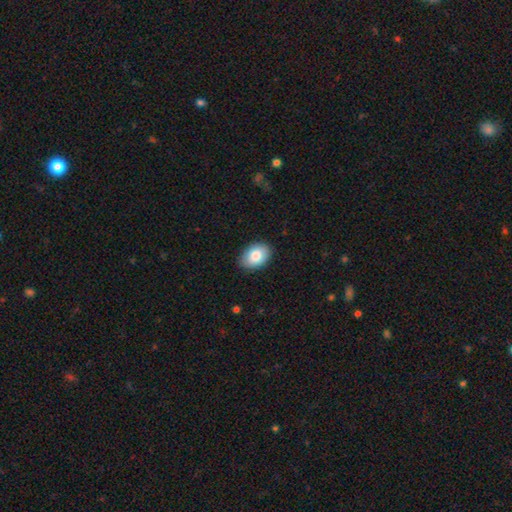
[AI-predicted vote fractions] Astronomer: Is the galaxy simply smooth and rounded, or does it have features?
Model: smooth — 83%.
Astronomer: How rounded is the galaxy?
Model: in between — 83%.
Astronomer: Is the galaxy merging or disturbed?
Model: none — 87%.